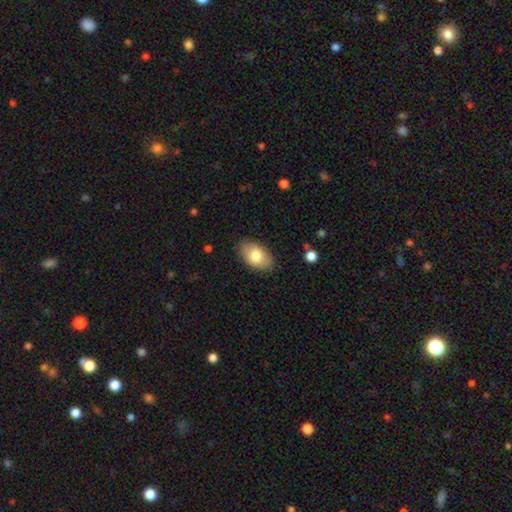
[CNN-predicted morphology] Smooth or featured? smooth (79%)
How rounded? in between (92%)
Merging? none (85%)